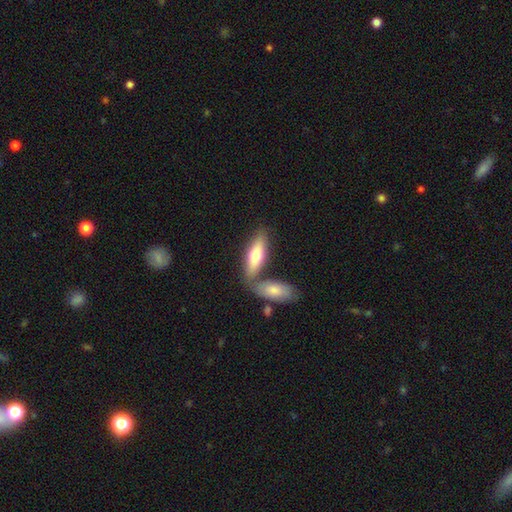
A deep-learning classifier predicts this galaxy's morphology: This appears to be a smooth galaxy with no disk features (65%) that is in between round and cigar-shaped (56%). Merging: none (58%).